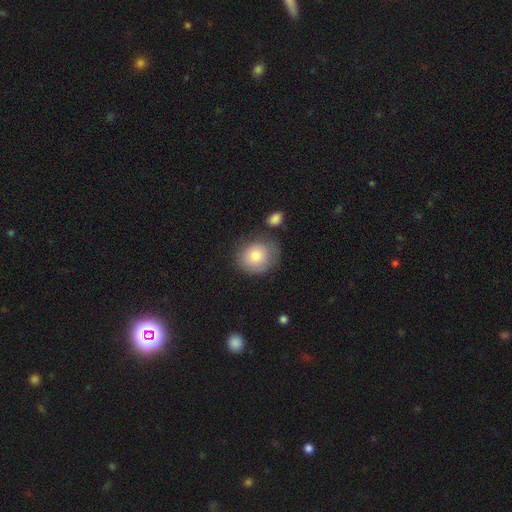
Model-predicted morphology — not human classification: Smooth or featured? smooth (78%)
How rounded? round (76%)
Merging? none (67%)